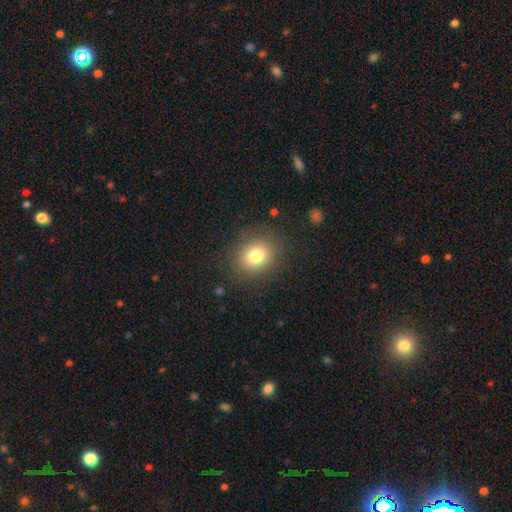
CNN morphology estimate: smooth-or-featured: smooth: 78% | star or artifact: 12% | featured or disk: 10%
  how-rounded: round: 63% | in between: 36% | cigar-shaped: 1%
  merging: none: 85% | minor disturbance: 9% | major disturbance: 5% | merger: 1%